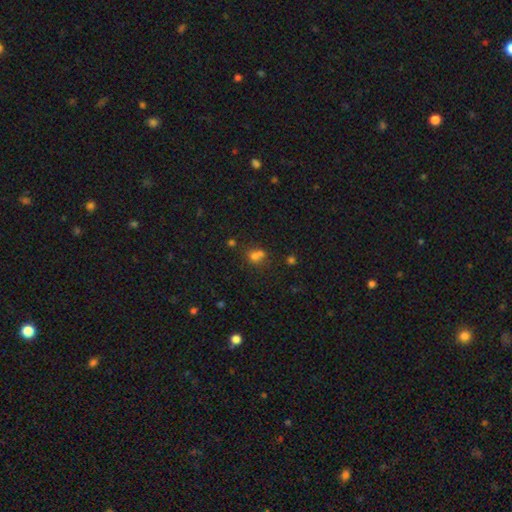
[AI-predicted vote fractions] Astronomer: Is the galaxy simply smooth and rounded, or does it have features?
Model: smooth — 67%.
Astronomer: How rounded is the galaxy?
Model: round — 66%.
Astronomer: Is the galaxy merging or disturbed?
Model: merger — 47% (runner-up: none, 38%).